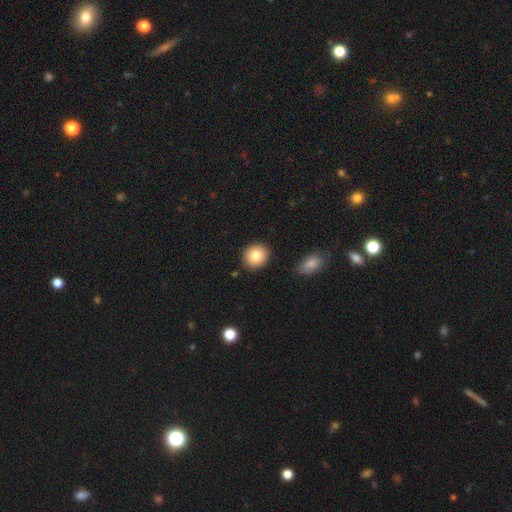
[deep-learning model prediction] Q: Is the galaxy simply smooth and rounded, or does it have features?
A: smooth — 82%.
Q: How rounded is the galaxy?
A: round — 78%.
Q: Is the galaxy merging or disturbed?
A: none — 88%.